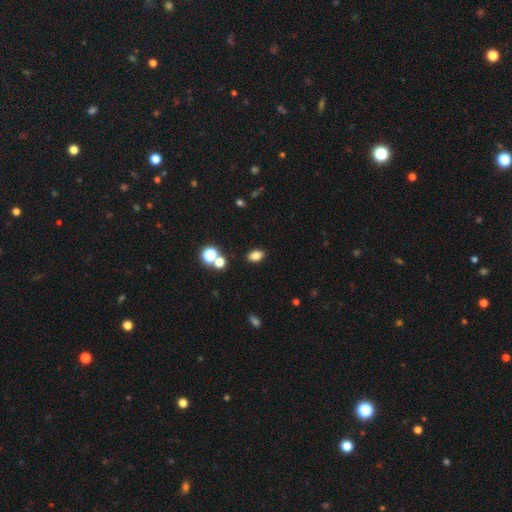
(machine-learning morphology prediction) The model was most divided on "how rounded": in between: 80%, round: 18%, cigar-shaped: 1%. More confident: merging — none (86%); smooth or featured — smooth (80%).